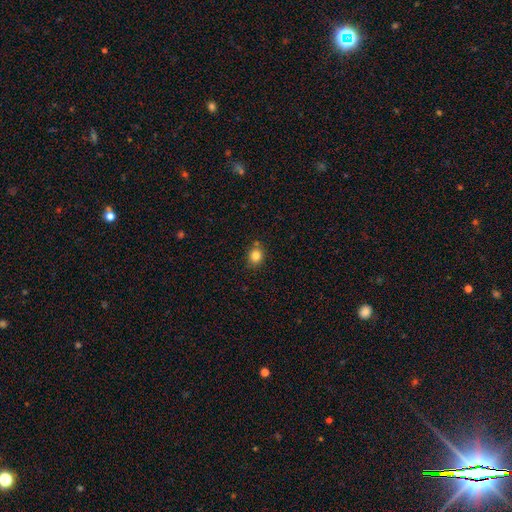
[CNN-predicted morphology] type=smooth (83%); roundness=round (75%); merging=none (79%).